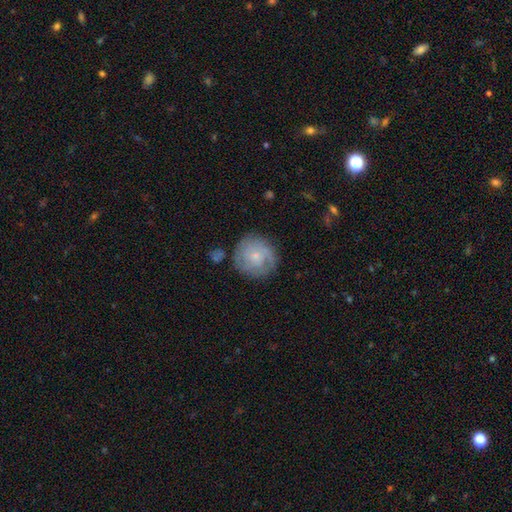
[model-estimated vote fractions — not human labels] Smooth or featured?
  - featured or disk: 49% *
  - smooth: 43%
  - star or artifact: 8%
Merging?
  - none: 74% *
  - minor disturbance: 17%
  - major disturbance: 6%
  - merger: 3%